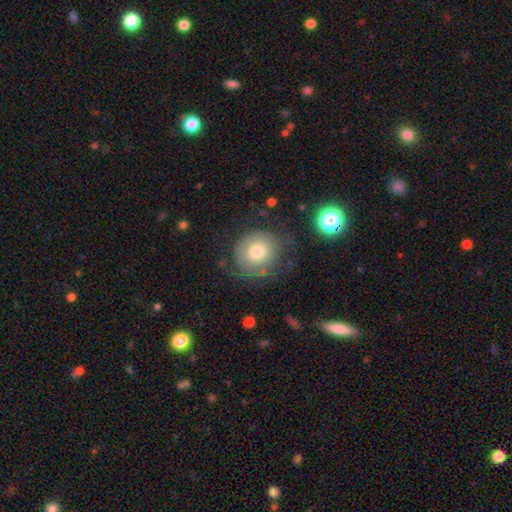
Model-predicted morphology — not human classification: smooth_or_featured: smooth (p=0.65) [alt: featured or disk p=0.25]
how_rounded: round (p=0.86) [alt: in between p=0.13]
merging: none (p=0.67) [alt: minor disturbance p=0.20]